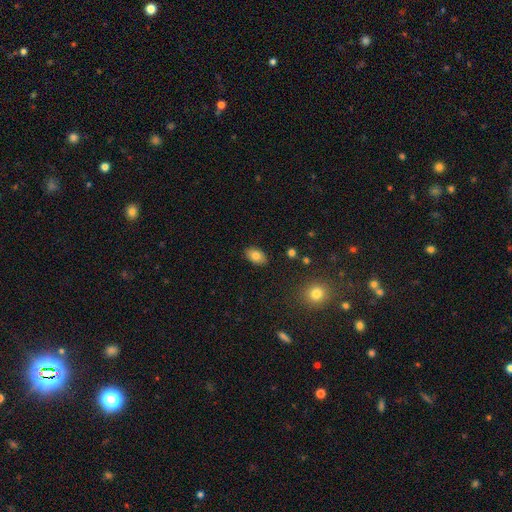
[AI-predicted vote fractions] Smooth or featured: smooth — 81% (featured or disk — 10%)
How rounded: in between — 90% (round — 9%)
Merging: none — 87% (minor disturbance — 9%)